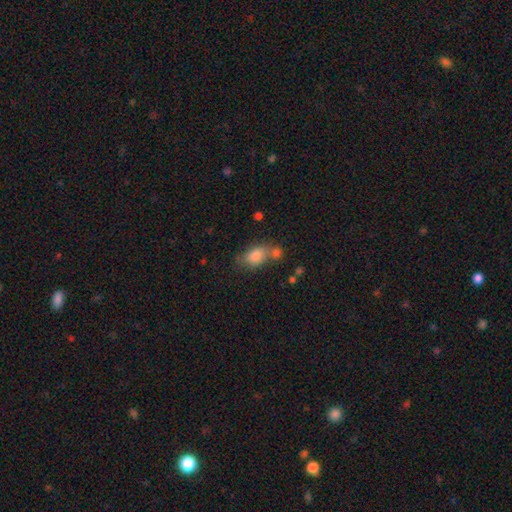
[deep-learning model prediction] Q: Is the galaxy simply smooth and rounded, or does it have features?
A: smooth — 80%.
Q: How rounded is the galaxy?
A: in between — 79%.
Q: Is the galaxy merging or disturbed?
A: none — 49%.